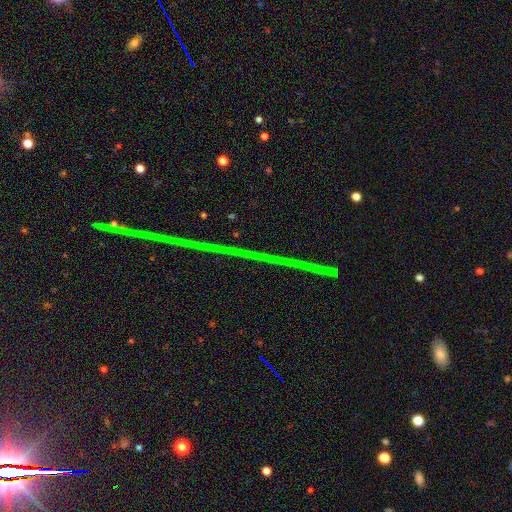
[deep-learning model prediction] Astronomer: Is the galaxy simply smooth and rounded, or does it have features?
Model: star or artifact — 82%.